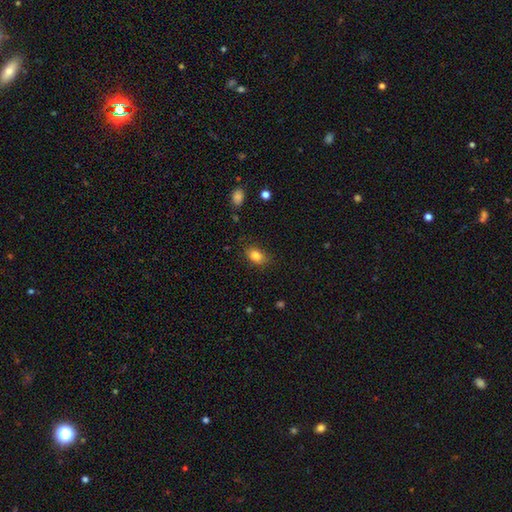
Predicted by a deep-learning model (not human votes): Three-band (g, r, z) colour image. It shows a smooth galaxy with no disk features (84%) that is in between round and cigar-shaped (82%). Merging: none (82%).